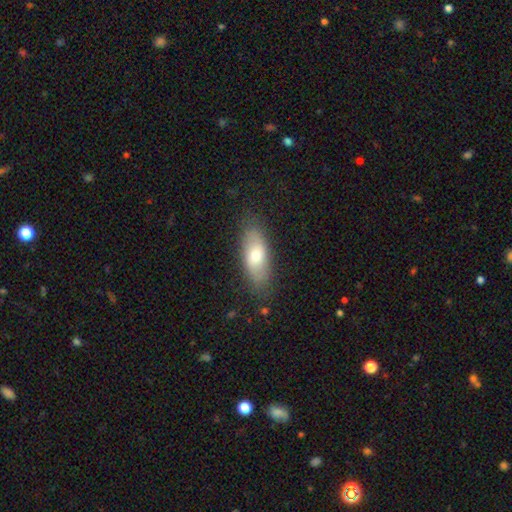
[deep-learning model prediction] A smooth galaxy with no disk features (69%) that is in between round and cigar-shaped (78%).

Vote fractions:
- Smooth or featured? smooth: 69% / featured or disk: 25% / star or artifact: 6%
- How rounded? in between: 78% / cigar-shaped: 18% / round: 3%
- Merging? none: 81% / minor disturbance: 14% / major disturbance: 3% / merger: 1%